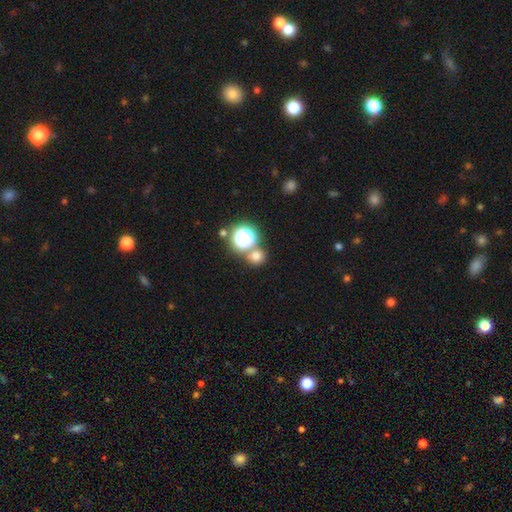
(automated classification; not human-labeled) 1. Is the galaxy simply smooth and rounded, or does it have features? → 67% smooth, 26% star or artifact, 7% featured or disk.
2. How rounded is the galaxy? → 84% round, 15% in between, 1% cigar-shaped.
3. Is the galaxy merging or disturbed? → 66% none, 23% merger, 8% minor disturbance, 3% major disturbance.